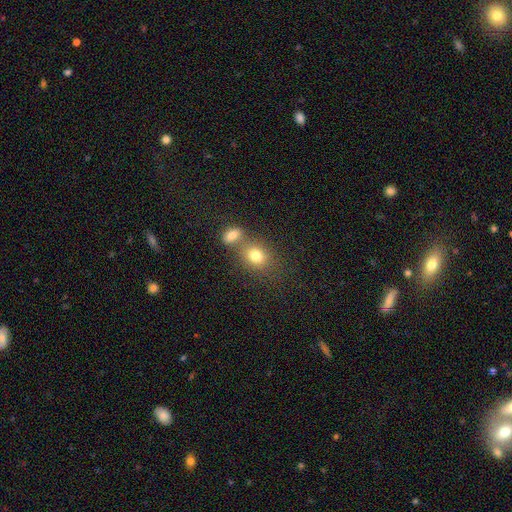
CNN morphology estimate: This appears to be a smooth galaxy with no disk features (78%) that is round (54%). Merging: none (48%).